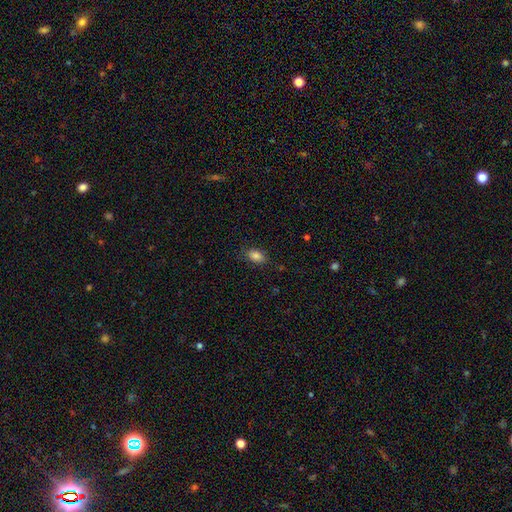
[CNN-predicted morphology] smooth_or_featured: smooth (p=0.86) [alt: star or artifact p=0.09]
how_rounded: in between (p=0.89) [alt: round p=0.09]
merging: none (p=0.83) [alt: minor disturbance p=0.12]